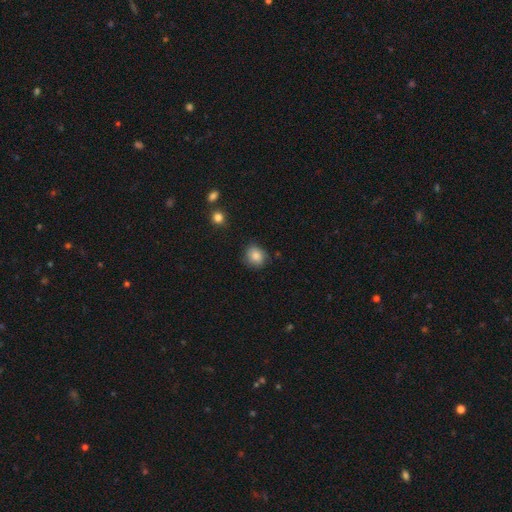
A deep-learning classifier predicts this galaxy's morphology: Smooth or featured? smooth (85%)
How rounded? round (76%)
Merging? none (77%)